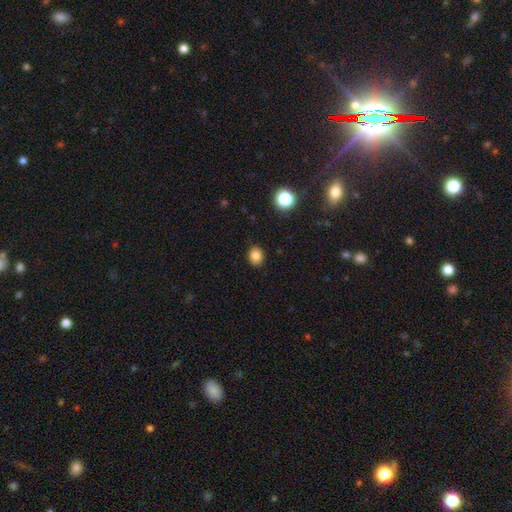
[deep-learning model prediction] This appears to be a smooth galaxy with no disk features (82%) that is round (60%). Merging: none (88%).